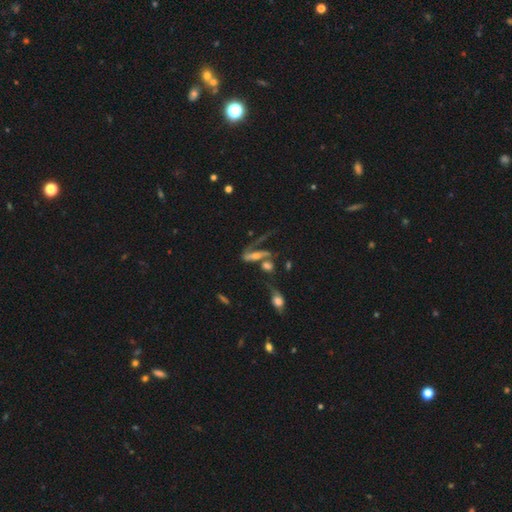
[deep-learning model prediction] This is possibly a featured or disk galaxy (53%). It is likely not viewed edge-on (68%). Merging: marginally merger (33%).